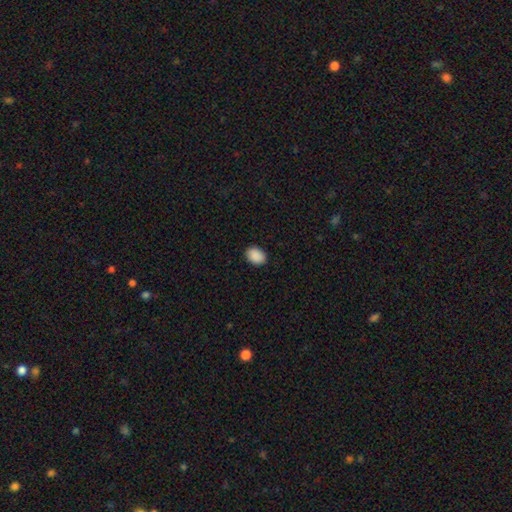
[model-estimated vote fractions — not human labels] This is clearly a smooth galaxy (90%). How rounded: likely in between (72%). Merging: clearly none (89%).